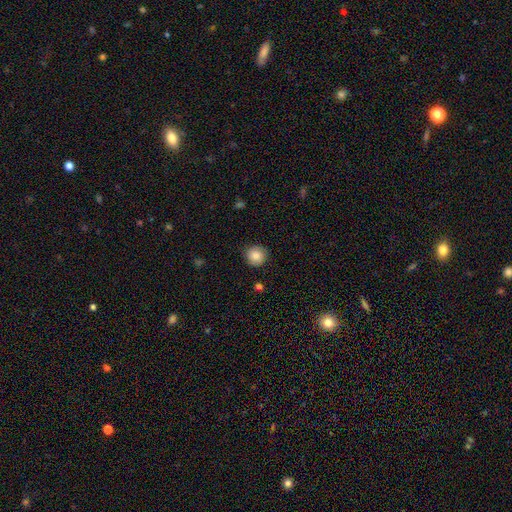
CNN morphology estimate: smooth 82%, featured or disk 9%, star or artifact 8%. Down the decision tree: how rounded — round (92%); merging — none (84%).